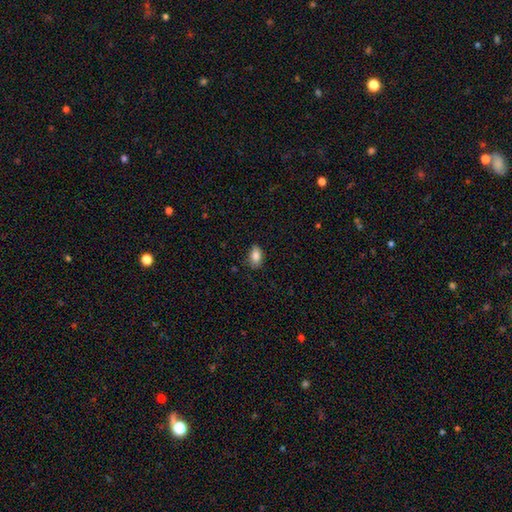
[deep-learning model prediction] Smooth or featured?
  - smooth: 86% *
  - star or artifact: 8%
  - featured or disk: 6%
How rounded?
  - in between: 89% *
  - round: 9%
  - cigar-shaped: 3%
Merging?
  - none: 77% *
  - minor disturbance: 18%
  - major disturbance: 3%
  - merger: 1%